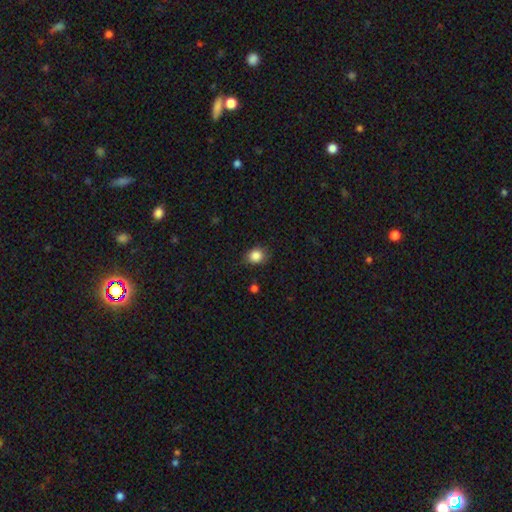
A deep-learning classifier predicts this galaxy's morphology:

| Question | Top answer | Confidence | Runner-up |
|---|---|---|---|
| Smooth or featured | smooth | 86% | star or artifact (10%) |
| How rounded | round | 71% | in between (28%) |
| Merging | none | 78% | minor disturbance (17%) |